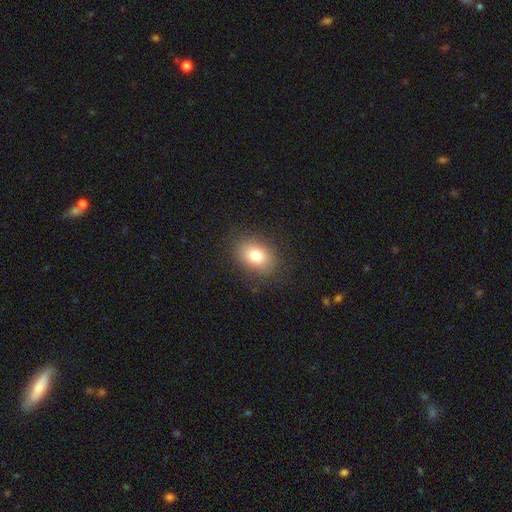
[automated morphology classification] Smooth or featured? smooth (79%)
How rounded? in between (70%)
Merging? none (85%)